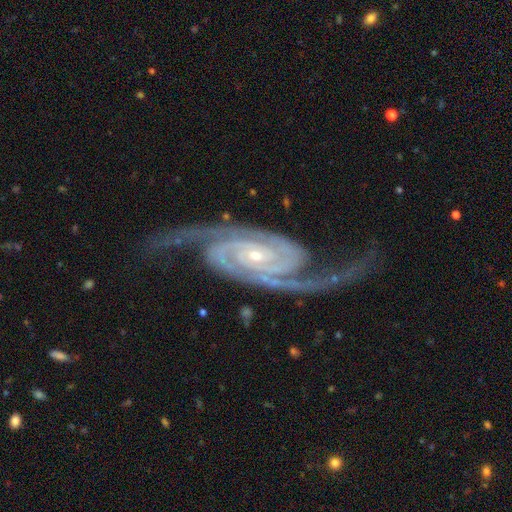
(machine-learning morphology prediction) A featured or disk galaxy (94%) with no bar (56%), 2 (83%) tight (51%) spiral arms (99%) and a small central bulge (80%). Merging: none (72%).